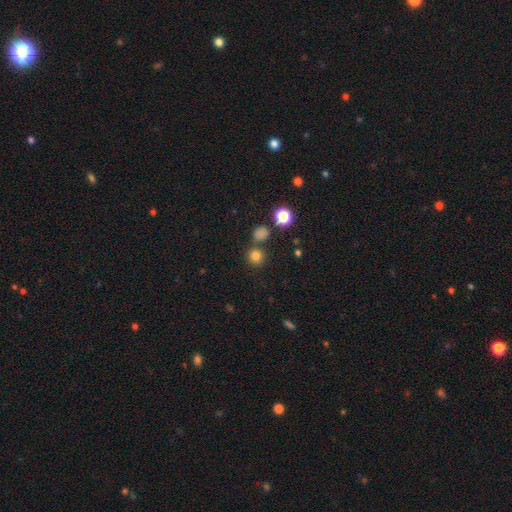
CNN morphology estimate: Q: Smooth or featured?
A: smooth (78%); runner-up: star or artifact (17%)
Q: How rounded?
A: round (91%); runner-up: in between (8%)
Q: Merging?
A: none (76%); runner-up: merger (12%)